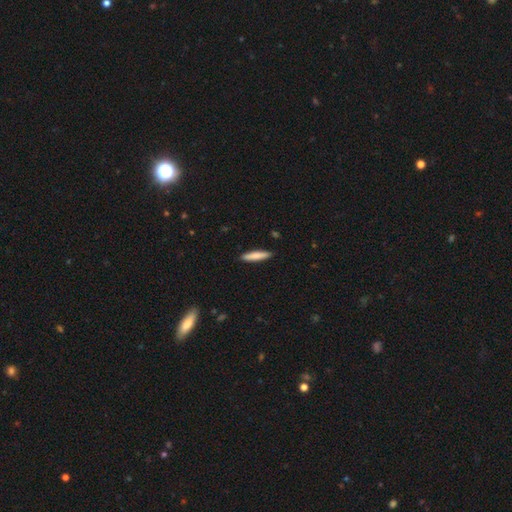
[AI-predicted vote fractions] Smooth or featured: smooth — 79% (featured or disk — 15%)
How rounded: cigar-shaped — 87% (in between — 12%)
Merging: none — 90% (minor disturbance — 7%)